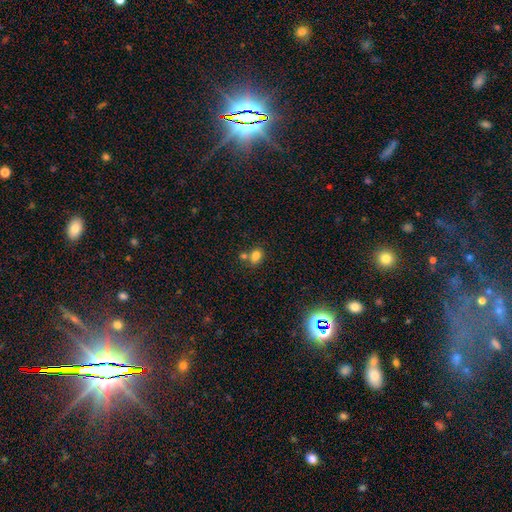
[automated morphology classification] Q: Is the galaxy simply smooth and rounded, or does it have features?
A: smooth — 80%.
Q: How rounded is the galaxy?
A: in between — 60%.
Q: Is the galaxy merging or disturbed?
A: none — 53%.